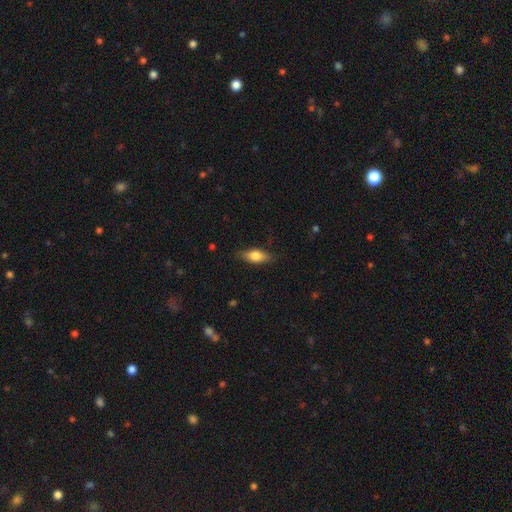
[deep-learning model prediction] Smooth or featured?
  - smooth: 62% *
  - featured or disk: 31%
  - star or artifact: 7%
How rounded?
  - in between: 70% *
  - cigar-shaped: 26%
  - round: 4%
Merging?
  - none: 83% *
  - minor disturbance: 13%
  - major disturbance: 3%
  - merger: 1%